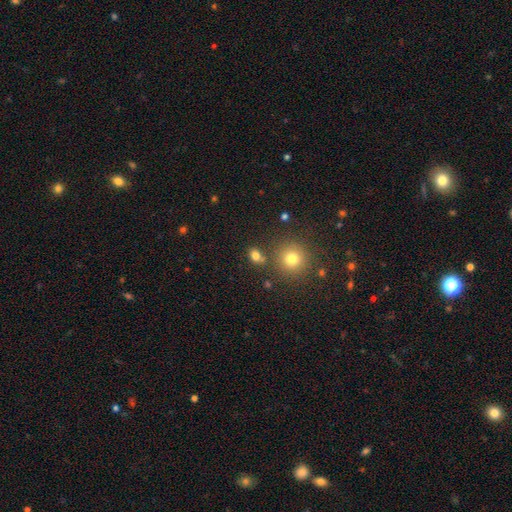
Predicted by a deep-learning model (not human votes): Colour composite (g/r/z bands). It shows a smooth galaxy with no disk features (77%) that is in between round and cigar-shaped (57%). Merging: none (72%).